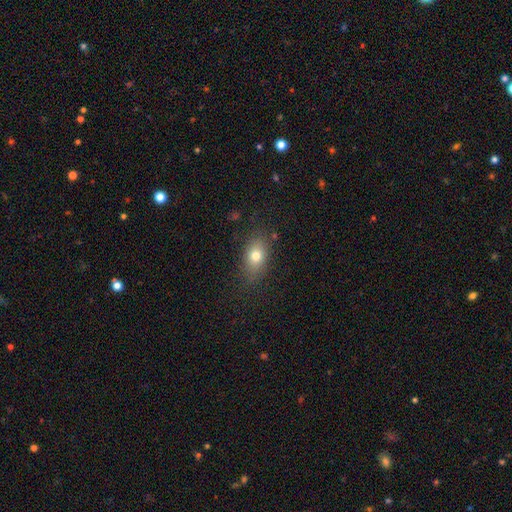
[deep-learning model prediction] smooth-or-featured: smooth: 76% | featured or disk: 14% | star or artifact: 11%
  how-rounded: in between: 78% | round: 18% | cigar-shaped: 3%
  merging: none: 81% | minor disturbance: 13% | major disturbance: 5% | merger: 1%